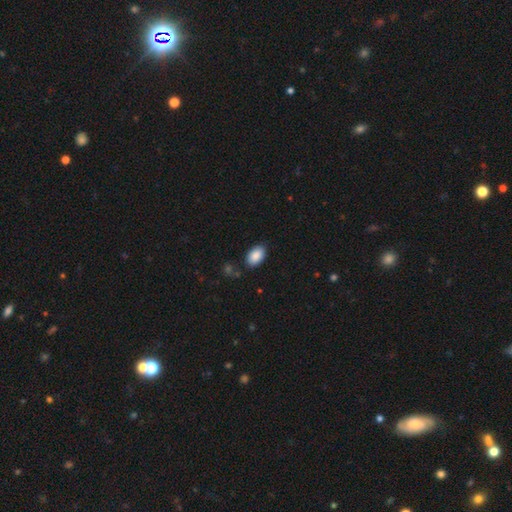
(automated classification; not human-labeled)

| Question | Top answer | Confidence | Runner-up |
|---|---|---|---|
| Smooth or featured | smooth | 89% | star or artifact (7%) |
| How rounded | in between | 92% | round (7%) |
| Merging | none | 84% | minor disturbance (11%) |